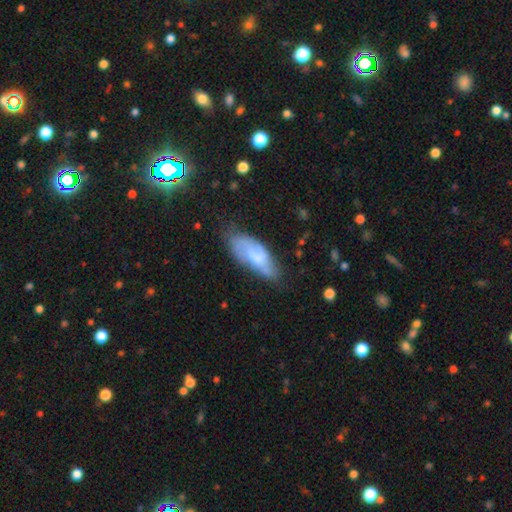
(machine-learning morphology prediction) smooth 46% (tied), featured or disk 46% (tied), star or artifact 8%. Down the decision tree: merging — none (53%).